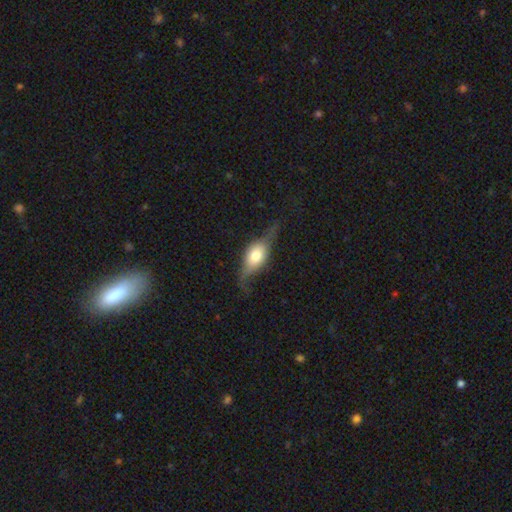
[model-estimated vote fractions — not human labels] This is likely a featured or disk galaxy (61%). It is clearly viewed edge-on (82%). Merging: possibly none (58%).